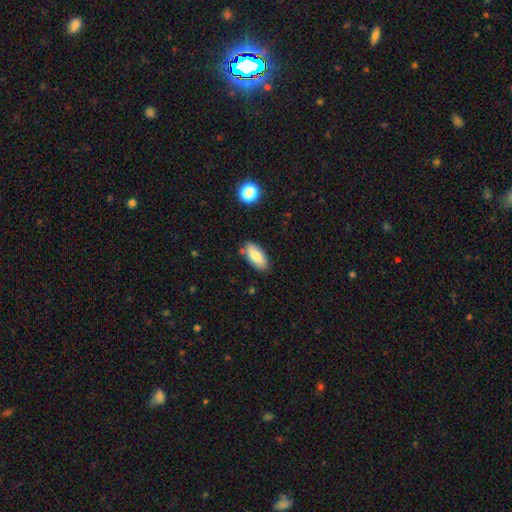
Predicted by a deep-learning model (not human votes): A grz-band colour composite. It shows a smooth galaxy with no disk features (81%) that is in between round and cigar-shaped (88%). Merging: none (81%).